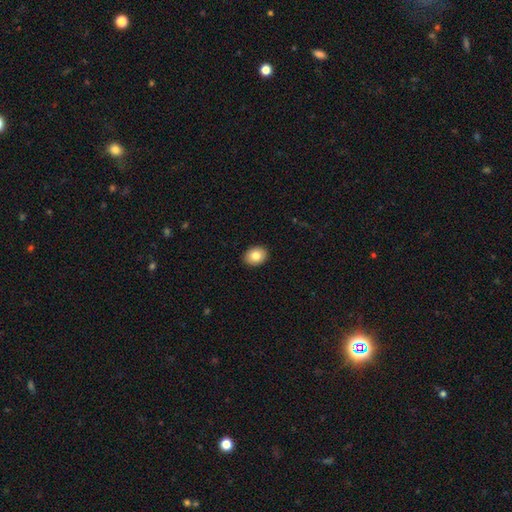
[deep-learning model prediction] Smooth or featured? Predicted: smooth (p=0.82). How rounded? Predicted: in between (p=0.58). Merging? Predicted: none (p=0.91).